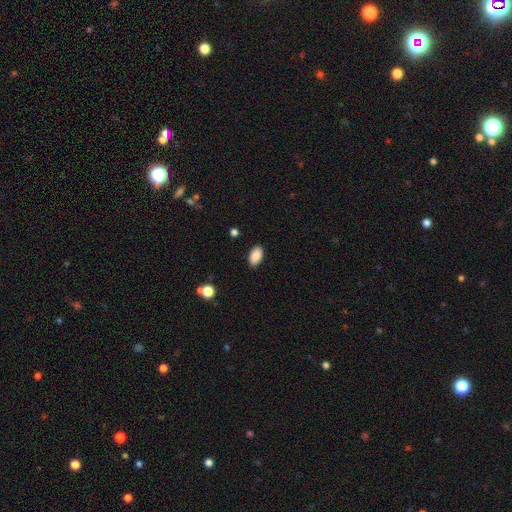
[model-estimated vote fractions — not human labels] This is clearly a smooth galaxy (88%). How rounded: clearly in between (94%). Merging: clearly none (88%).